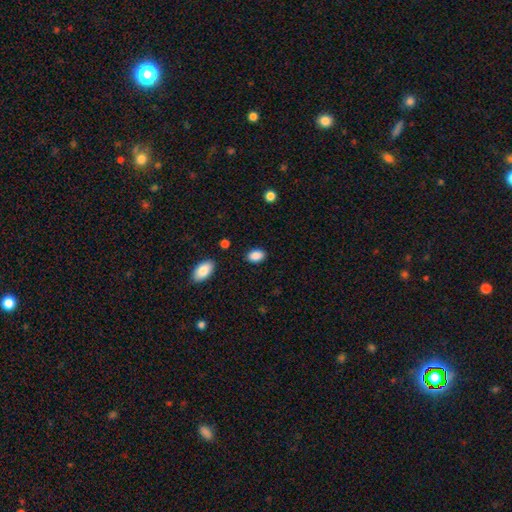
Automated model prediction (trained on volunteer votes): Smooth or featured?
  - smooth: 88% *
  - star or artifact: 8%
  - featured or disk: 4%
How rounded?
  - in between: 86% *
  - round: 13%
  - cigar-shaped: 1%
Merging?
  - none: 86% *
  - minor disturbance: 9%
  - major disturbance: 3%
  - merger: 2%